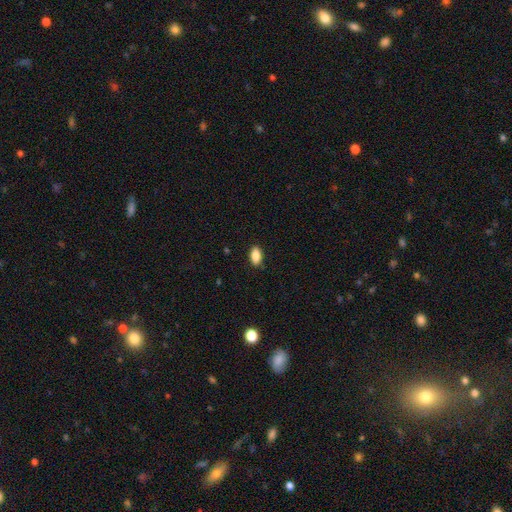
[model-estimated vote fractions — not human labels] A smooth galaxy with no disk features (87%) that is in between round and cigar-shaped (91%).

Vote fractions:
- Smooth or featured? smooth: 87% / star or artifact: 8% / featured or disk: 5%
- How rounded? in between: 91% / cigar-shaped: 5% / round: 4%
- Merging? none: 87% / minor disturbance: 10% / major disturbance: 2% / merger: 1%